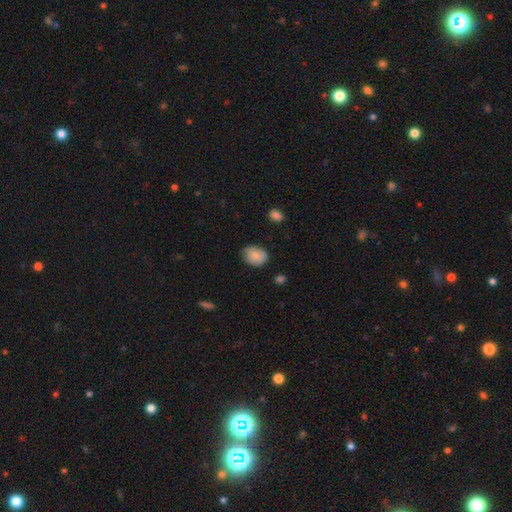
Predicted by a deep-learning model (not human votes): The model was most divided on "how rounded": in between: 64%, round: 35%, cigar-shaped: 1%. More confident: smooth or featured — smooth (84%); merging — none (75%).